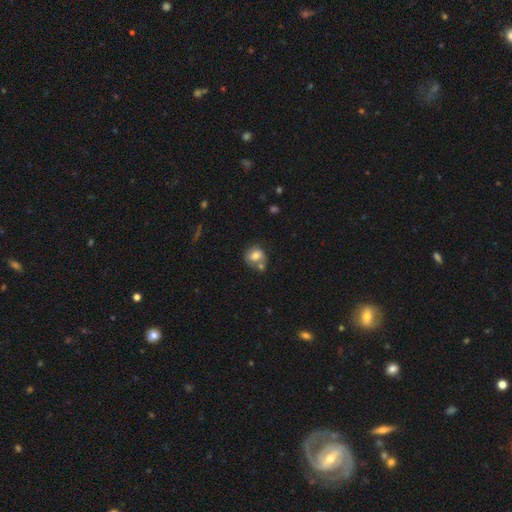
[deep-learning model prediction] A smooth galaxy with no disk features (73%) that is round (66%).

Vote fractions:
- Smooth or featured? smooth: 73% / featured or disk: 18% / star or artifact: 9%
- How rounded? round: 66% / in between: 33% / cigar-shaped: 1%
- Merging? none: 46% / merger: 31% / minor disturbance: 17% / major disturbance: 6%